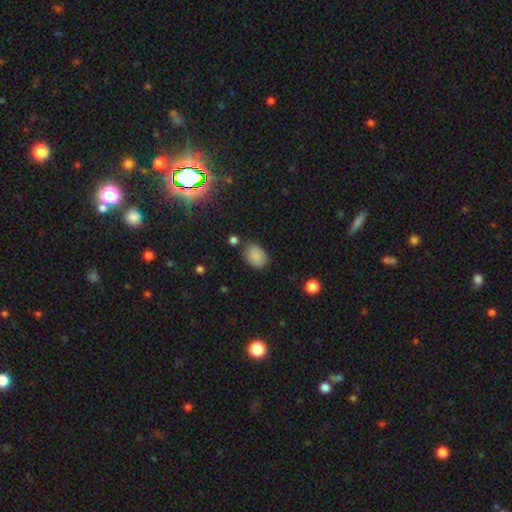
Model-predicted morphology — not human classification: The model was most divided on "merging": none: 75%, minor disturbance: 17%, merger: 4%, major disturbance: 4%. More confident: smooth or featured — smooth (86%); how rounded — in between (81%).